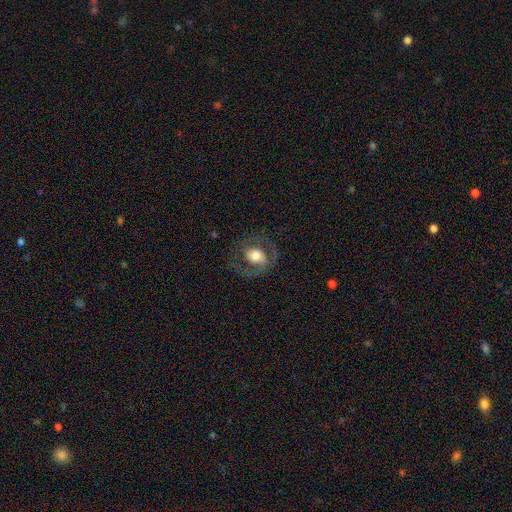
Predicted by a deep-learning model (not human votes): Smooth or featured: featured or disk — 58% (smooth — 34%)
Edge-on disk: no — 96% (yes — 4%)
Bar: no — 63% (weak — 27%)
Spiral arms: yes — 64% (no — 36%)
Bulge size: moderate — 50% (large — 38%)
Merging: none — 69% (minor disturbance — 15%)